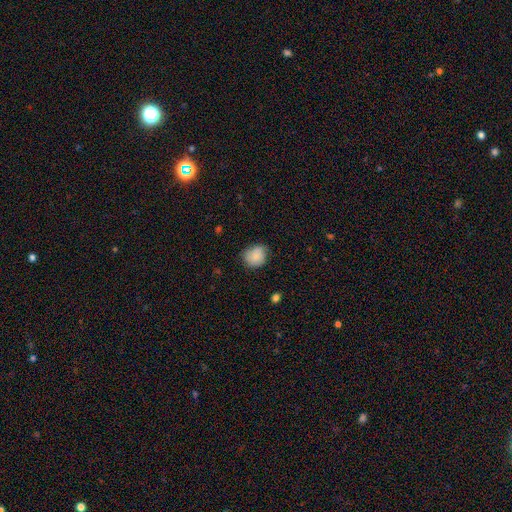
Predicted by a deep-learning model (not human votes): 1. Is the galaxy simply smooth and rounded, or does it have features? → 82% smooth, 10% featured or disk, 8% star or artifact.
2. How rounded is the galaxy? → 76% round, 23% in between, 1% cigar-shaped.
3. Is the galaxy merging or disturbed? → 66% none, 27% minor disturbance, 5% major disturbance, 1% merger.